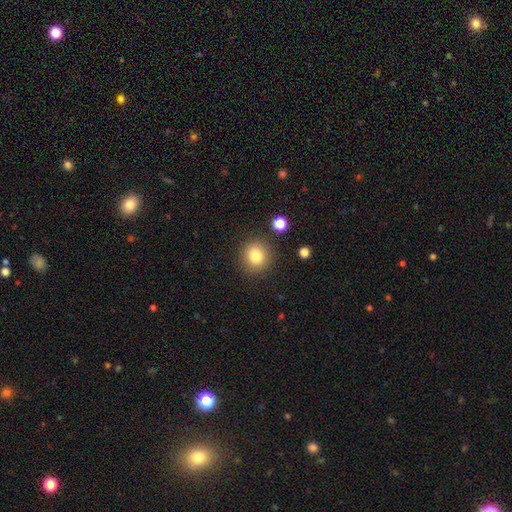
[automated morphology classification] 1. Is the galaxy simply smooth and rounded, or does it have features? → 83% smooth, 11% star or artifact, 7% featured or disk.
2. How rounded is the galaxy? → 90% round, 9% in between, 1% cigar-shaped.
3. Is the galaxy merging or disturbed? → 87% none, 8% minor disturbance, 3% major disturbance, 3% merger.